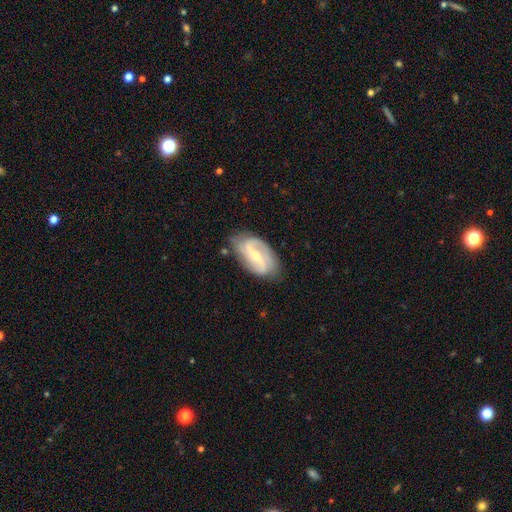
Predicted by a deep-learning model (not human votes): A featured or disk galaxy (85%) with a weak bar (41%, tied with strong), 2 (82%) medium (40%) spiral arms (95%) and a small central bulge (65%).

Vote fractions:
- Smooth or featured? featured or disk: 85% / smooth: 10% / star or artifact: 5%
- Edge-on disk? no: 96% / yes: 4%
- Bar? weak: 41% (tied) / strong: 41% (tied) / no: 18%
- Spiral arms? yes: 95% / no: 5%
- Spiral winding? medium: 40% / loose: 39% / tight: 21%
- Spiral arm count? 2: 82% / can't tell: 7% / 3: 5% / 1: 2% / 4: 2% / more than 4: 2%
- Bulge size? small: 65% / moderate: 31% / none: 2% / large: 1% / dominant: 1%
- Merging? none: 77% / minor disturbance: 17% / major disturbance: 4% / merger: 2%